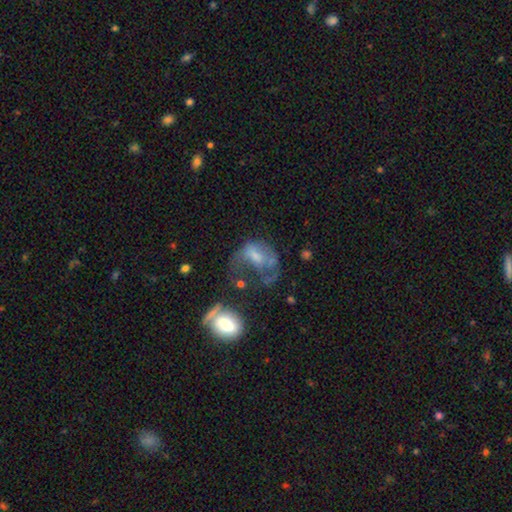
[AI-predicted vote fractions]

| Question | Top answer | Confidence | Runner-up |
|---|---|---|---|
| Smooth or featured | featured or disk | 49% | smooth (36%) |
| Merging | major disturbance | 45% | none (24%) |